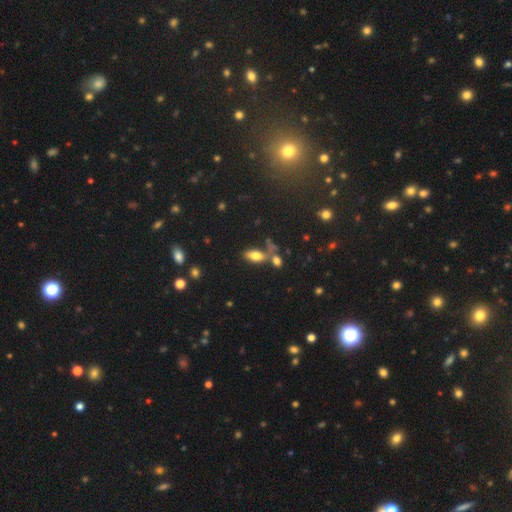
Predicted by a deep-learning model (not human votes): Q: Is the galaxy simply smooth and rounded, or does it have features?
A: smooth — 72%.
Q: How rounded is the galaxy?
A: in between — 84%.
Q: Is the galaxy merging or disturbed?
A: none — 54%.